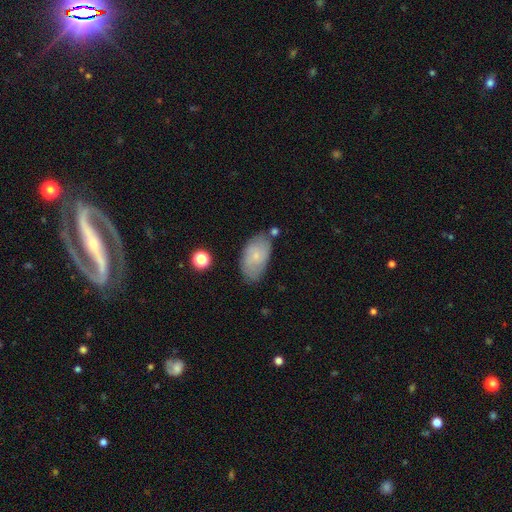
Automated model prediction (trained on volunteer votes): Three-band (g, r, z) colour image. It shows a smooth galaxy with no disk features (61%) that is in between round and cigar-shaped (93%). Merging: none (68%).